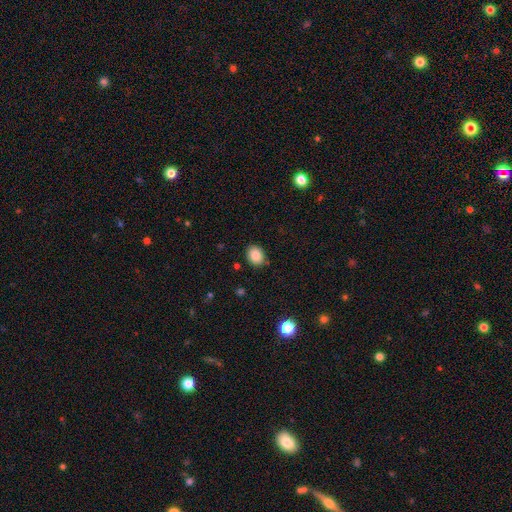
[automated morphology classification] A smooth galaxy with no disk features (87%) that is in between round and cigar-shaped (55%).

Vote fractions:
- Smooth or featured? smooth: 87% / star or artifact: 9% / featured or disk: 5%
- How rounded? in between: 55% / round: 44% / cigar-shaped: 1%
- Merging? none: 84% / minor disturbance: 12% / major disturbance: 2% / merger: 2%